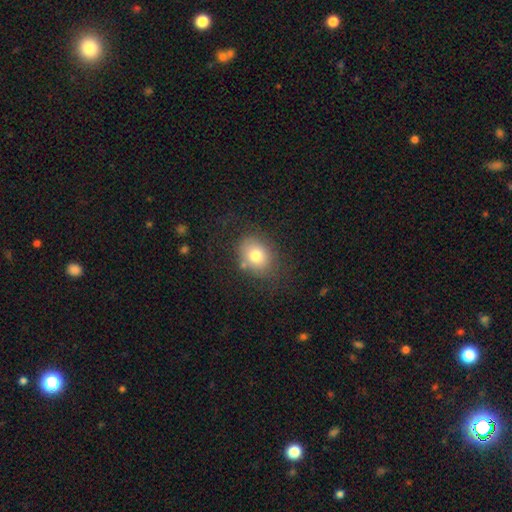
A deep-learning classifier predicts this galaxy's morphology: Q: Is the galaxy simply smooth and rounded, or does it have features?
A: smooth — 76%.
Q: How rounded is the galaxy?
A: in between — 51%.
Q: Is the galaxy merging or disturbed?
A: none — 71%.